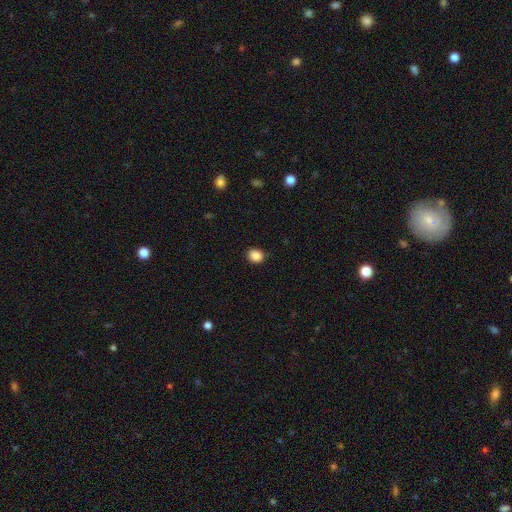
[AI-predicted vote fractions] Smooth or featured? Predicted: smooth (p=0.88). How rounded? Predicted: round (p=0.61). Merging? Predicted: none (p=0.88).